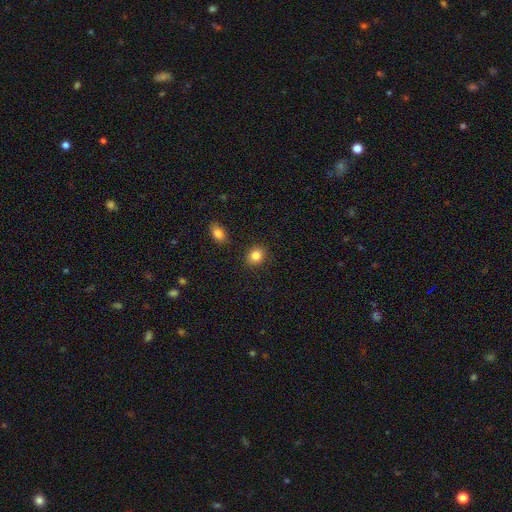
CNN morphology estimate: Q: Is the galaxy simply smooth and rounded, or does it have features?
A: smooth — 85%.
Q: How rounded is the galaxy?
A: round — 65%.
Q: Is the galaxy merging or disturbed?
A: none — 87%.